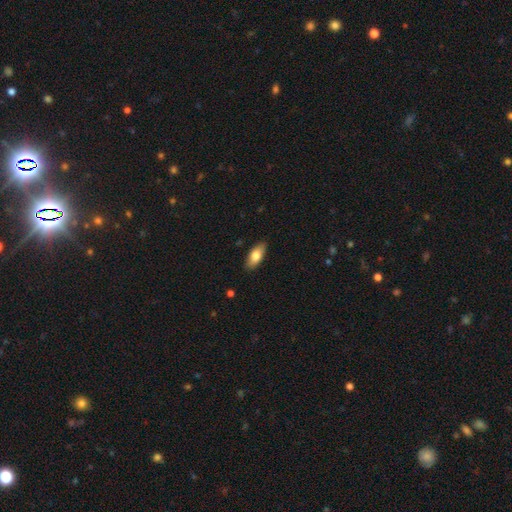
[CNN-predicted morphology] smooth_or_featured: smooth (p=0.77) [alt: featured or disk p=0.17]
how_rounded: in between (p=0.83) [alt: cigar-shaped p=0.15]
merging: none (p=0.87) [alt: minor disturbance p=0.10]